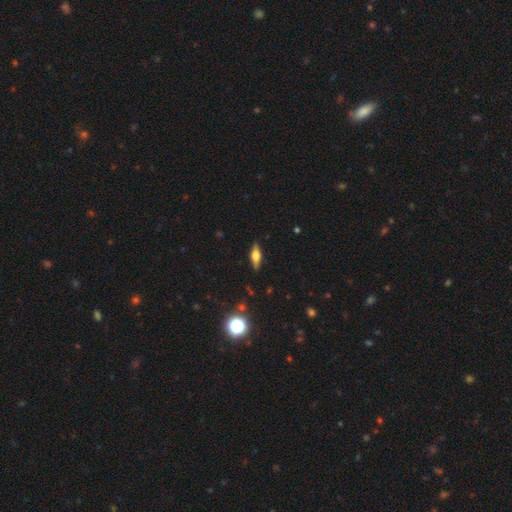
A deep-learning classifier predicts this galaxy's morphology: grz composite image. It shows a featured or disk galaxy (56%) viewed edge-on (93%) with a rounded central bulge (89%). Merging: none (88%).